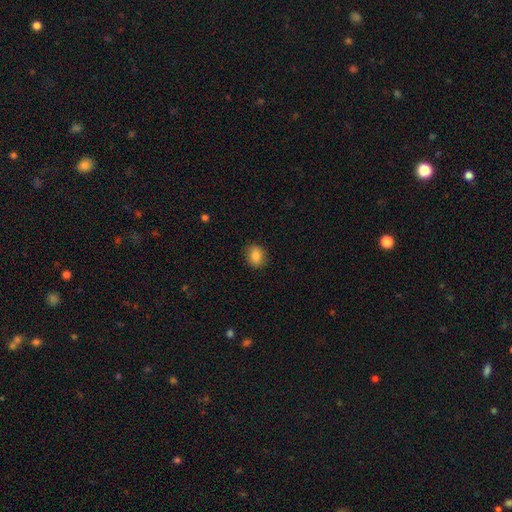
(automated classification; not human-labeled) Morphology: type=smooth (86%); roundness=round (57%); merging=none (87%).